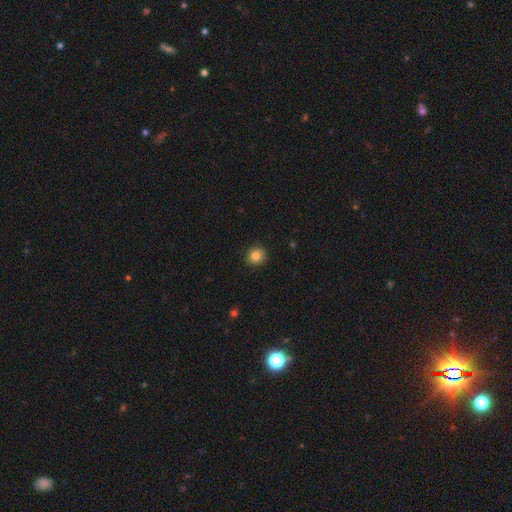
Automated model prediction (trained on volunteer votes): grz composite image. It shows a smooth galaxy with no disk features (84%) that is round (88%). Merging: none (91%).